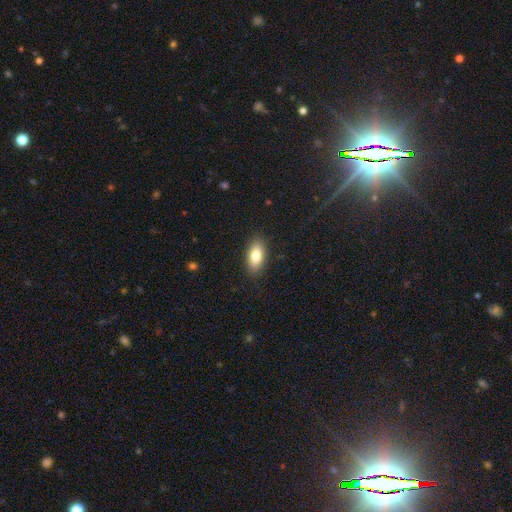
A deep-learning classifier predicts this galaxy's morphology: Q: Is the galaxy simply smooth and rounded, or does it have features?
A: smooth — 81%.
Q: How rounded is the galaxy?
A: in between — 87%.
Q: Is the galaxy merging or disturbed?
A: none — 87%.